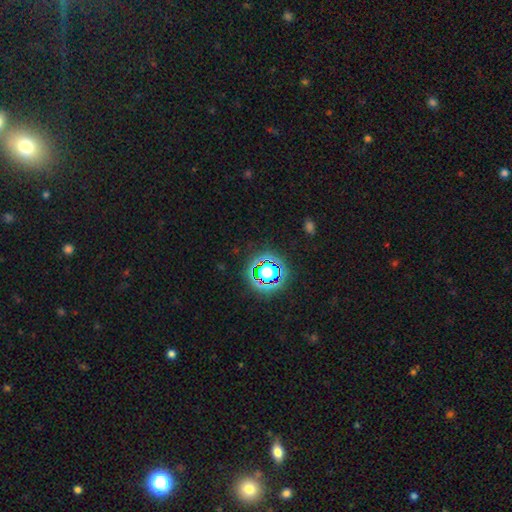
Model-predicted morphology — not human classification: type=star or artifact (78%).